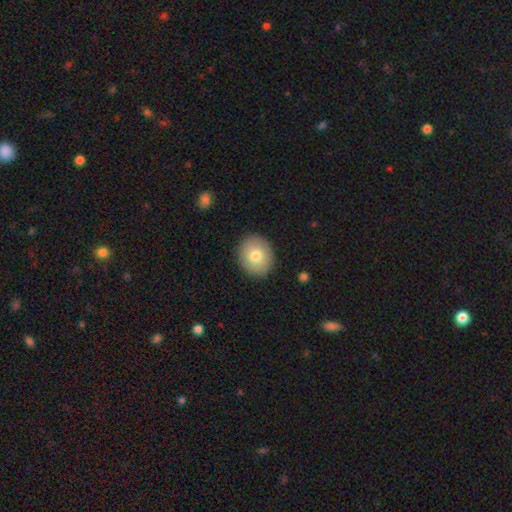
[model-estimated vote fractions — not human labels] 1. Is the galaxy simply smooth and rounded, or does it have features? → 77% smooth, 15% featured or disk, 8% star or artifact.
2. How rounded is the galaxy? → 66% round, 33% in between, 1% cigar-shaped.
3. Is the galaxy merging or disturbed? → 89% none, 7% minor disturbance, 2% major disturbance, 1% merger.